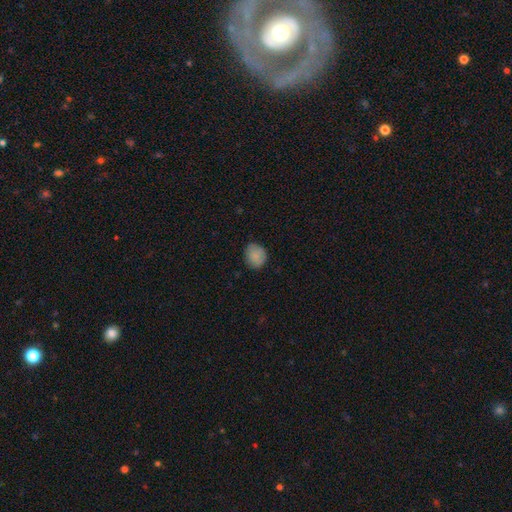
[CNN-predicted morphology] Overall: smooth (84%). How rounded: round (66%; in between 33%). Merging: none (77%).